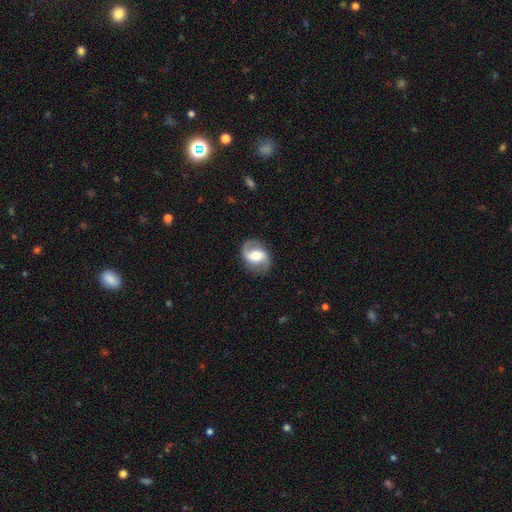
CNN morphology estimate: Smooth or featured? Predicted: featured or disk (p=0.79). Edge-on disk? Predicted: no (p=0.97). Bar? Predicted: weak (p=0.43). Spiral arms? Predicted: yes (p=0.91). Spiral winding? Predicted: loose (p=0.47). Spiral arm count? Predicted: 2 (p=0.91). Bulge size? Predicted: moderate (p=0.63). Merging? Predicted: none (p=0.84).